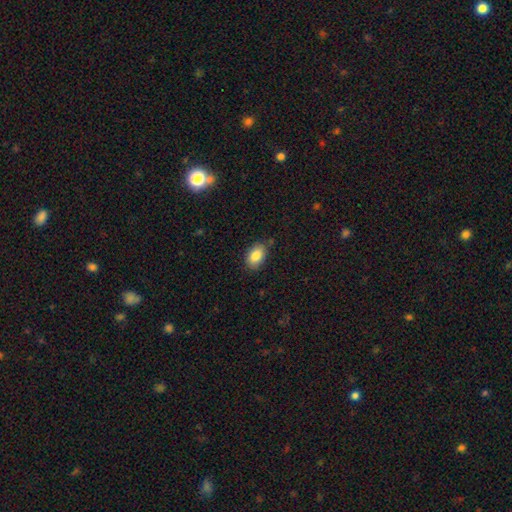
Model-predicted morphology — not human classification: This appears to be a smooth galaxy with no disk features (85%) that is in between round and cigar-shaped (88%). Merging: none (80%).